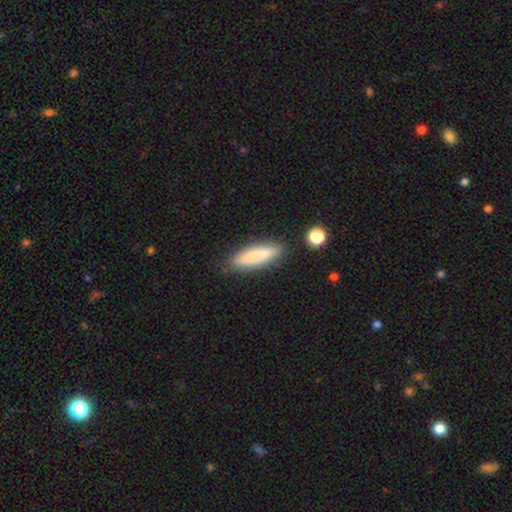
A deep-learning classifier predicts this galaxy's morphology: Smooth or featured? smooth (77%)
How rounded? cigar-shaped (70%)
Merging? none (81%)